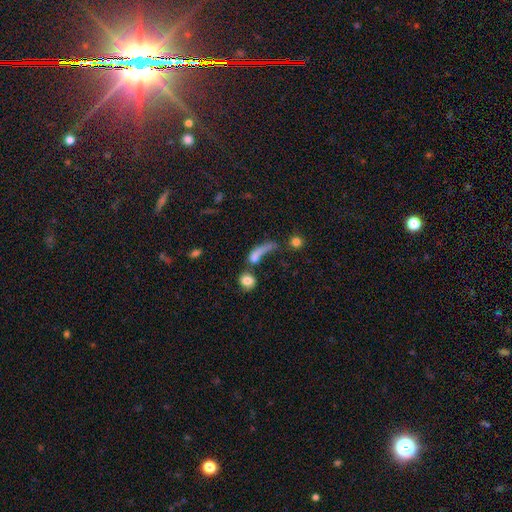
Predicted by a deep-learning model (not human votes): This is likely a smooth galaxy (60%). How rounded: marginally cigar-shaped (39%). Merging: marginally major disturbance (30%).